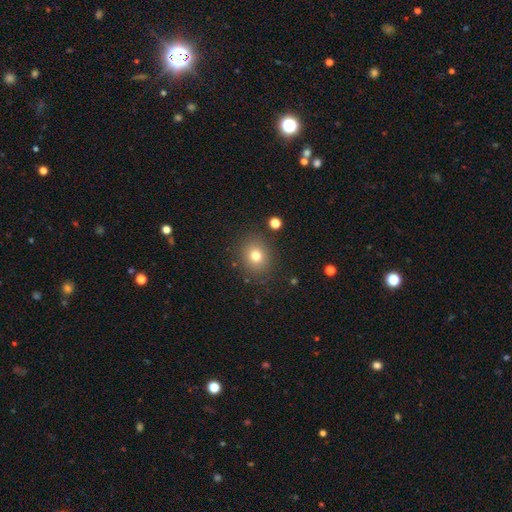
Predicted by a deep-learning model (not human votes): Morphology: type=smooth (76%); roundness=round (75%); merging=none (85%).